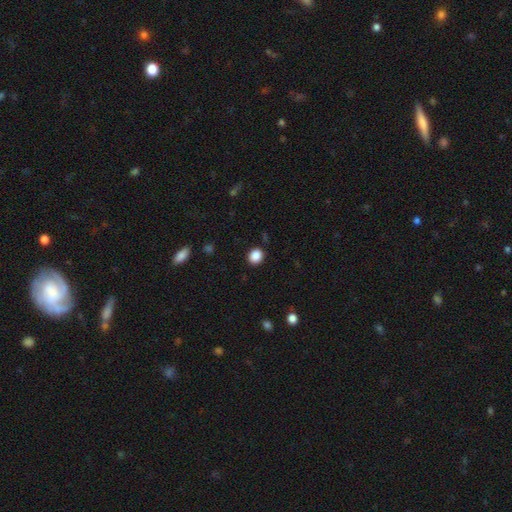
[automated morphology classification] Smooth or featured: smooth — 88% (star or artifact — 10%)
How rounded: round — 72% (in between — 27%)
Merging: none — 89% (minor disturbance — 8%)